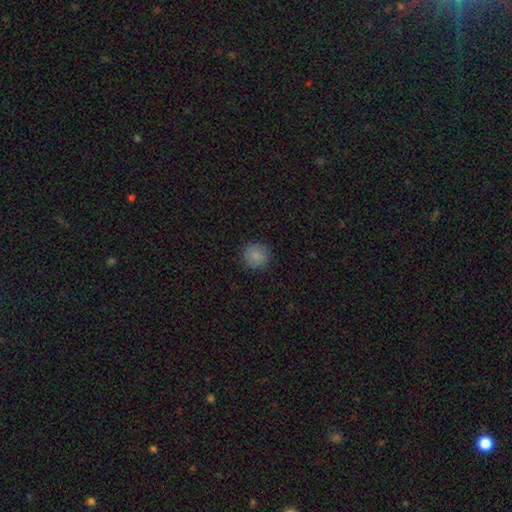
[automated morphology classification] The model was most divided on "smooth or featured": smooth: 86%, star or artifact: 10%, featured or disk: 4%. More confident: how rounded — round (93%); merging — none (88%).